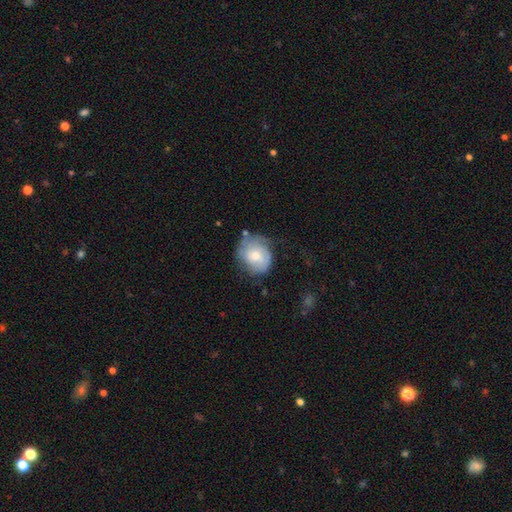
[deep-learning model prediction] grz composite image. It shows a smooth galaxy with no disk features (51%) that is round (63%). Merging: none (53%).